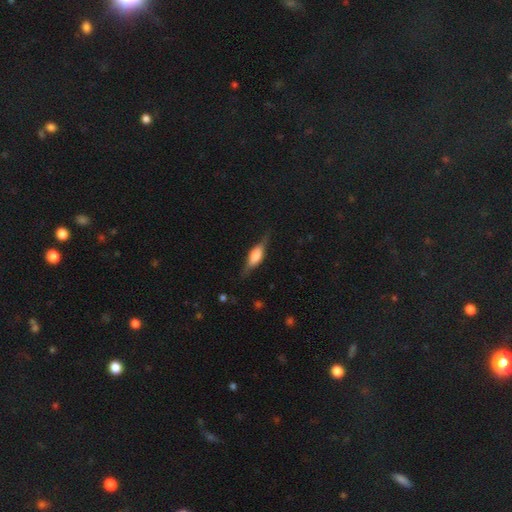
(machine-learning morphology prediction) A featured or disk galaxy (53%) viewed edge-on (91%).

Vote fractions:
- Smooth or featured? featured or disk: 53% / smooth: 40% / star or artifact: 7%
- Edge-on disk? yes: 91% / no: 9%
- Merging? none: 76% / minor disturbance: 17% / major disturbance: 5% / merger: 1%